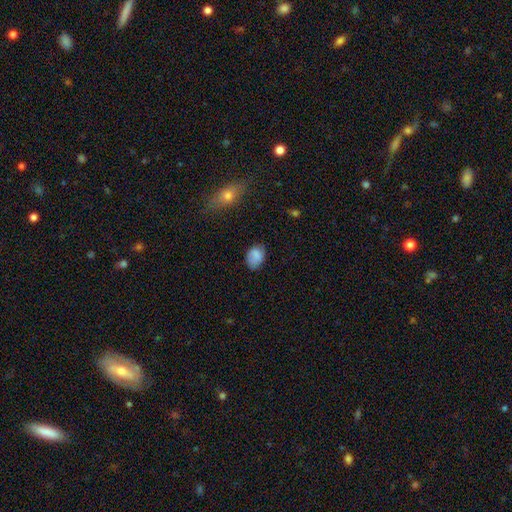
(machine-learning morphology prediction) Overall: smooth (83%). How rounded: in between (74%). Merging: none (72%).